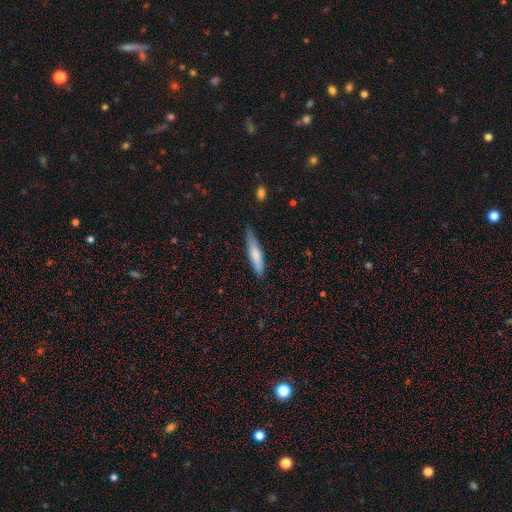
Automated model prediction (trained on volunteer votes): The model was most divided on "smooth or featured": smooth: 70%, featured or disk: 25%, star or artifact: 6%. More confident: how rounded — cigar-shaped (84%); merging — none (77%).